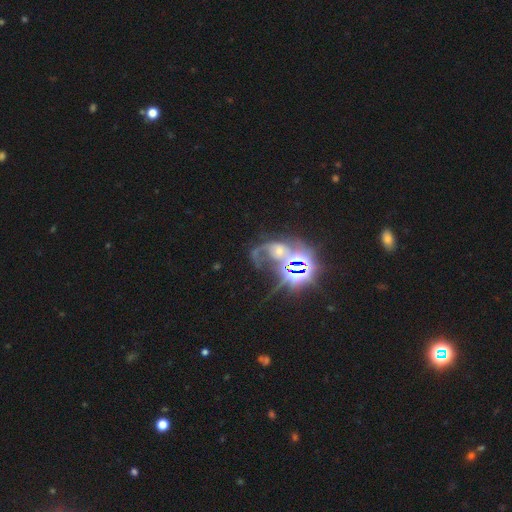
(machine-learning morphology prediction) smooth-or-featured: star or artifact: 46% | featured or disk: 41% | smooth: 13%